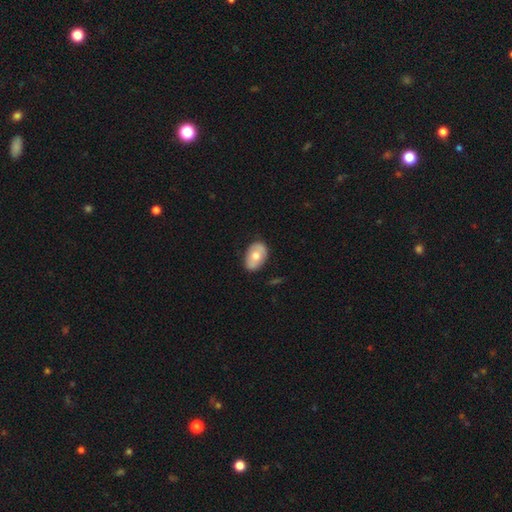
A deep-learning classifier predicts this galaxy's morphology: Smooth or featured? Predicted: smooth (p=0.65). How rounded? Predicted: in between (p=0.86). Merging? Predicted: none (p=0.82).